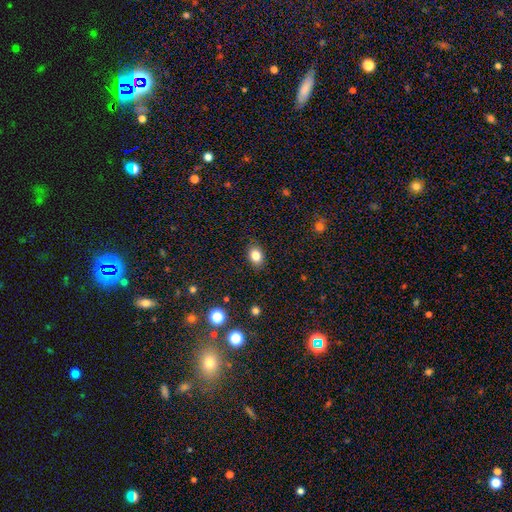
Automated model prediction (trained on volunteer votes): This appears to be a smooth galaxy with no disk features (83%) that is in between round and cigar-shaped (69%). Merging: none (87%).